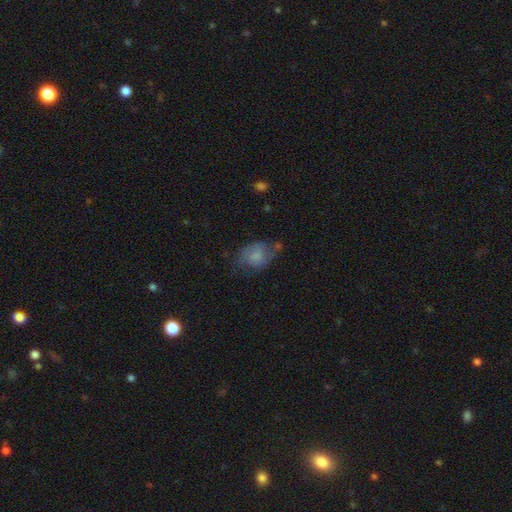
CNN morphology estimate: The model was most divided on "merging": none: 42%, minor disturbance: 32%, major disturbance: 20%, merger: 6%. More confident: how rounded — in between (71%); smooth or featured — smooth (67%).